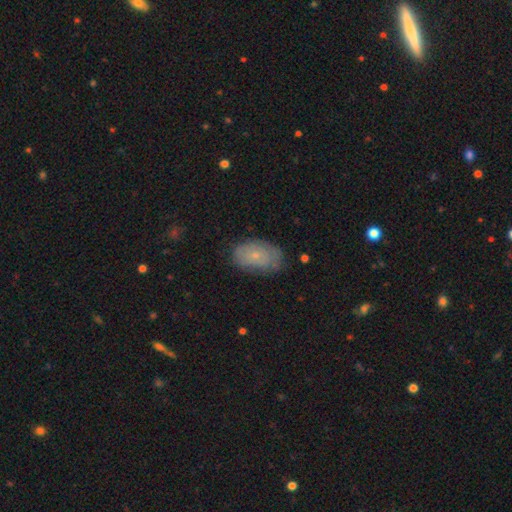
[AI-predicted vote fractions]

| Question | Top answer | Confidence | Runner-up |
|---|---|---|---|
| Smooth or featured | smooth | 61% | featured or disk (31%) |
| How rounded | in between | 90% | round (8%) |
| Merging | none | 70% | minor disturbance (23%) |